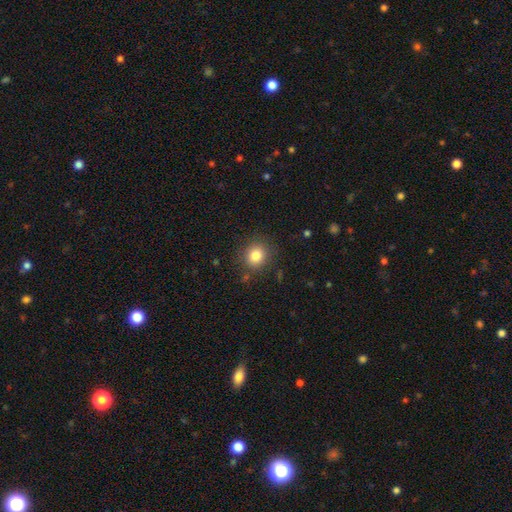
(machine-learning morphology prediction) Smooth or featured? Predicted: smooth (p=0.82). How rounded? Predicted: round (p=0.80). Merging? Predicted: none (p=0.86).